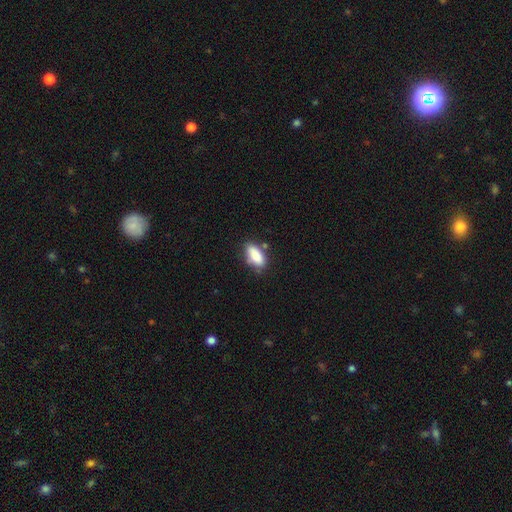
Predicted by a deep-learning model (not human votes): A smooth galaxy with no disk features (86%) that is in between round and cigar-shaped (87%). Merging: none (71%).